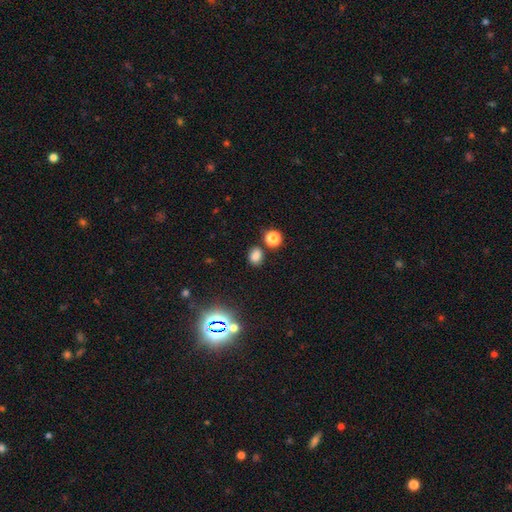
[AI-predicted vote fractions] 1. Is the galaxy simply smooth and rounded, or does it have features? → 76% smooth, 19% star or artifact, 5% featured or disk.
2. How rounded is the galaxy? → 49% round (tied), 49% in between (tied), 1% cigar-shaped.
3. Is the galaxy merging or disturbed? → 77% none, 11% minor disturbance, 9% merger, 4% major disturbance.